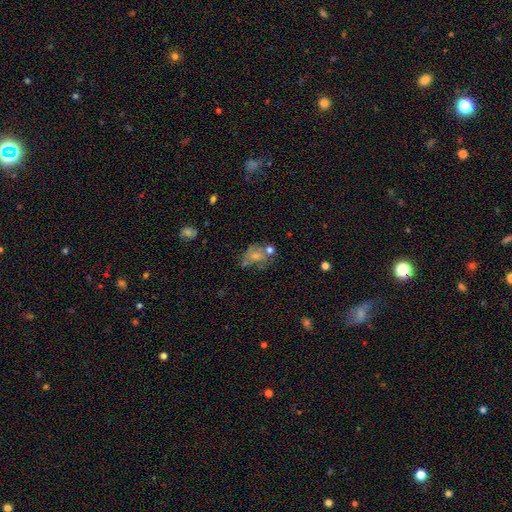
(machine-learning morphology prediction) A smooth galaxy with no disk features (49%). Merging: none (33%).